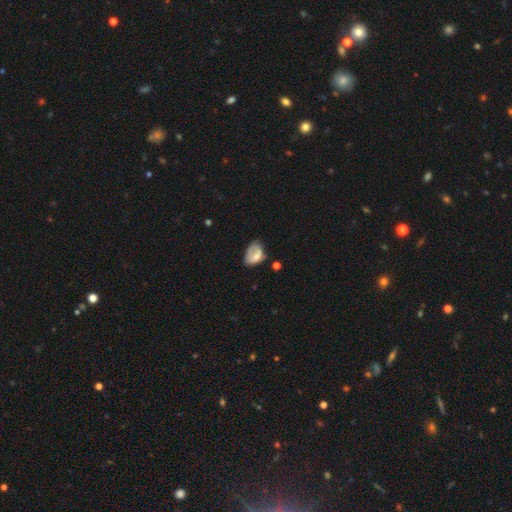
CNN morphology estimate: Q: Smooth or featured?
A: smooth (63%); runner-up: featured or disk (28%)
Q: How rounded?
A: in between (84%); runner-up: round (15%)
Q: Merging?
A: none (34%); runner-up: minor disturbance (33%)